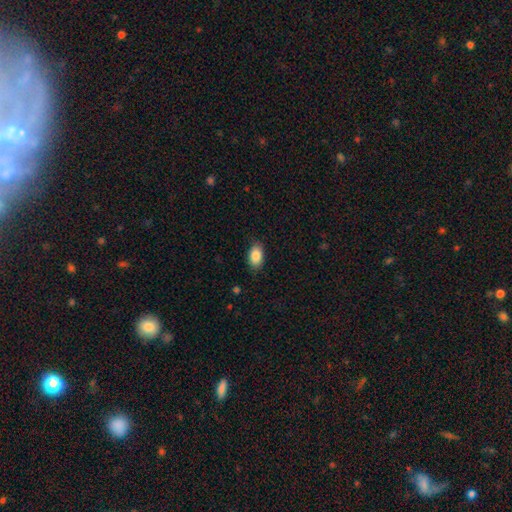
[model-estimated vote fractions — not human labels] A smooth galaxy with no disk features (88%) that is in between round and cigar-shaped (90%).

Vote fractions:
- Smooth or featured? smooth: 88% / star or artifact: 7% / featured or disk: 5%
- How rounded? in between: 90% / round: 8% / cigar-shaped: 2%
- Merging? none: 85% / minor disturbance: 12% / major disturbance: 3% / merger: 1%